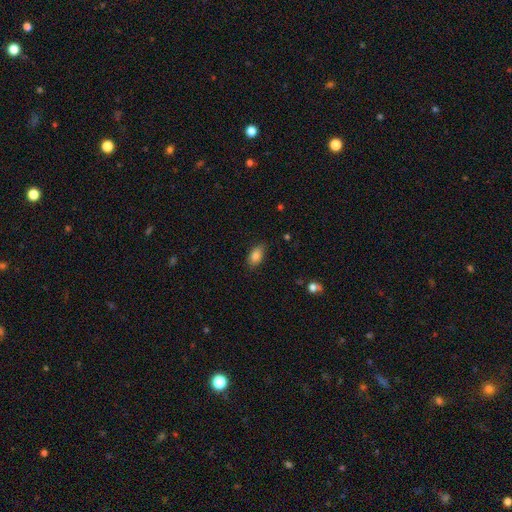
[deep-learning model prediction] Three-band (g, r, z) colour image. It shows a smooth galaxy with no disk features (86%) that is in between round and cigar-shaped (90%). Merging: none (80%).